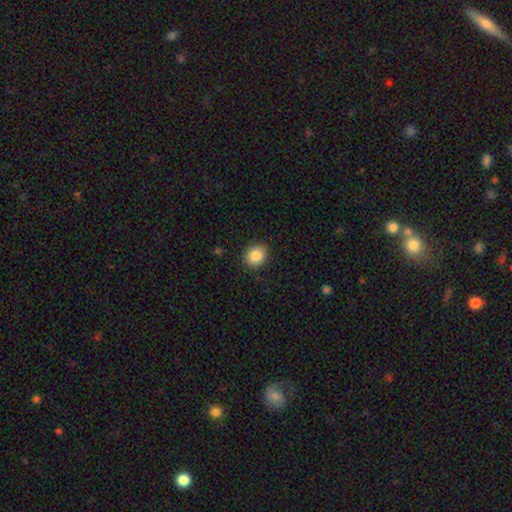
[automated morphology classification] smooth_or_featured: smooth (p=0.85) [alt: star or artifact p=0.09]
how_rounded: round (p=0.61) [alt: in between p=0.38]
merging: none (p=0.87) [alt: minor disturbance p=0.09]